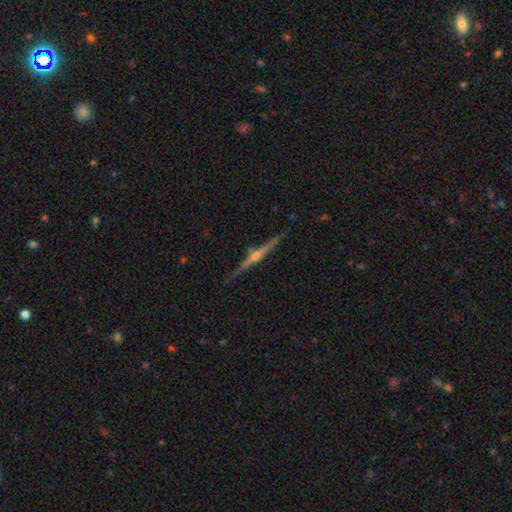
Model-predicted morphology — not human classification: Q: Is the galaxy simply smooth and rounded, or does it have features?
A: featured or disk — 84%.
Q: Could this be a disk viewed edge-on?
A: yes — 98%.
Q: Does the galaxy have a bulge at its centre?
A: rounded — 91%.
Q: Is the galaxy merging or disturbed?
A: none — 88%.